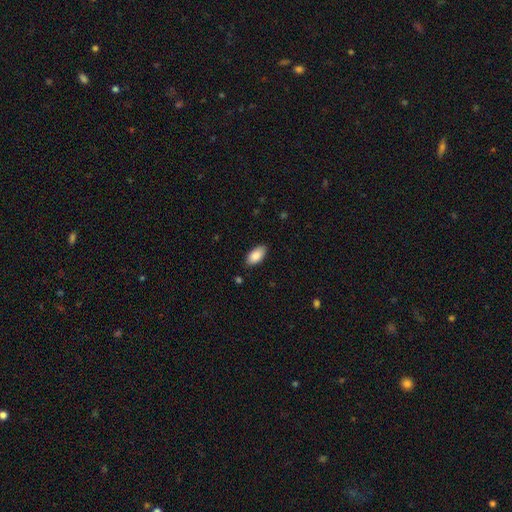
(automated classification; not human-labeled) smooth_or_featured: smooth (p=0.88) [alt: star or artifact p=0.06]
how_rounded: in between (p=0.94) [alt: cigar-shaped p=0.04]
merging: none (p=0.85) [alt: minor disturbance p=0.12]